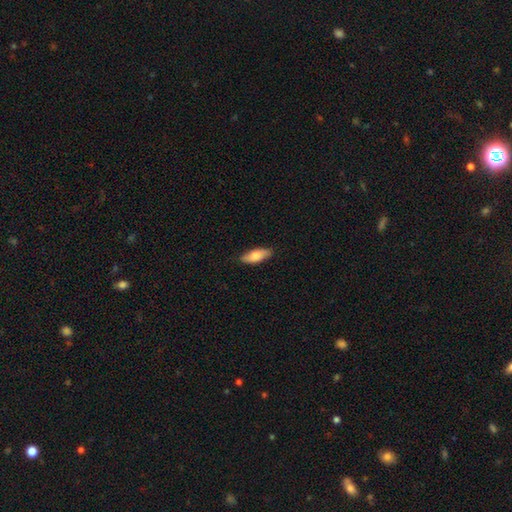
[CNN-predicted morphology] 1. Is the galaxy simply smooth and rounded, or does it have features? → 79% smooth, 15% featured or disk, 6% star or artifact.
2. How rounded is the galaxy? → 75% in between, 23% cigar-shaped, 2% round.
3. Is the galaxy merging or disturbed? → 86% none, 11% minor disturbance, 2% major disturbance, 1% merger.